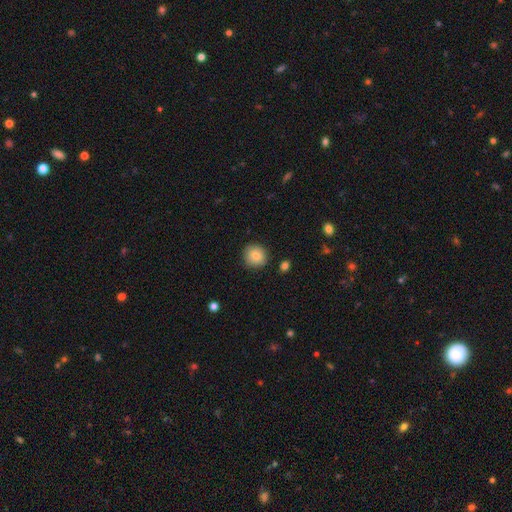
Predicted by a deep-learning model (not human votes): This appears to be a smooth galaxy with no disk features (83%) that is round (91%). Merging: none (87%).